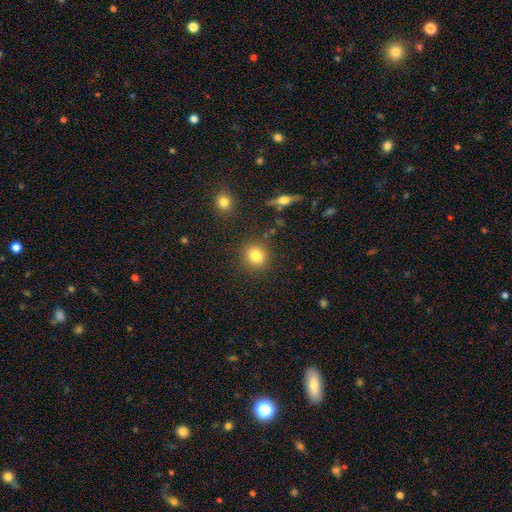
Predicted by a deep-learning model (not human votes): smooth-or-featured: smooth: 82% | star or artifact: 11% | featured or disk: 7%
  how-rounded: round: 84% | in between: 14% | cigar-shaped: 1%
  merging: none: 86% | minor disturbance: 8% | merger: 3% | major disturbance: 3%